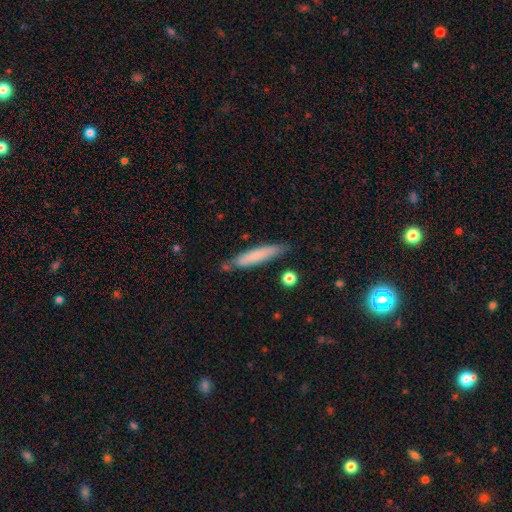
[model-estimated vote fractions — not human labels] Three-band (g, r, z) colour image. It shows a smooth galaxy with no disk features (73%) that is cigar-shaped (89%). Merging: none (76%).